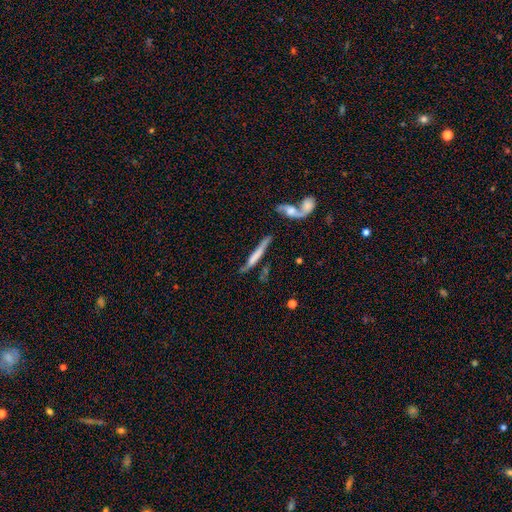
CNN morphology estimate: smooth-or-featured: smooth: 49% | featured or disk: 45% | star or artifact: 6%
  merging: none: 56% | minor disturbance: 22% | merger: 13% | major disturbance: 10%